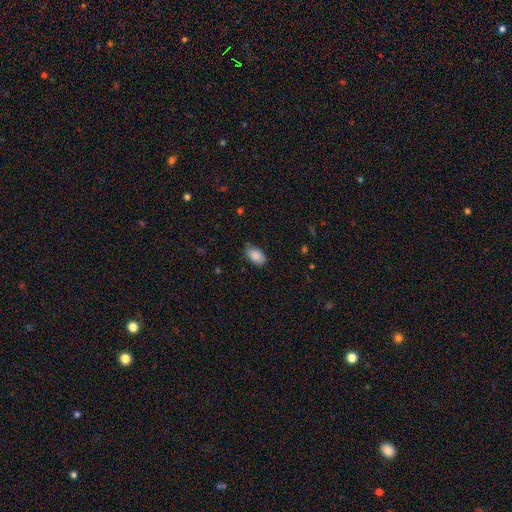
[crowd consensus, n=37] Smooth or featured? 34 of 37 (92%) said smooth. How rounded? 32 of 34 (94%) said in between. Merging? 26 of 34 (76%) said none.